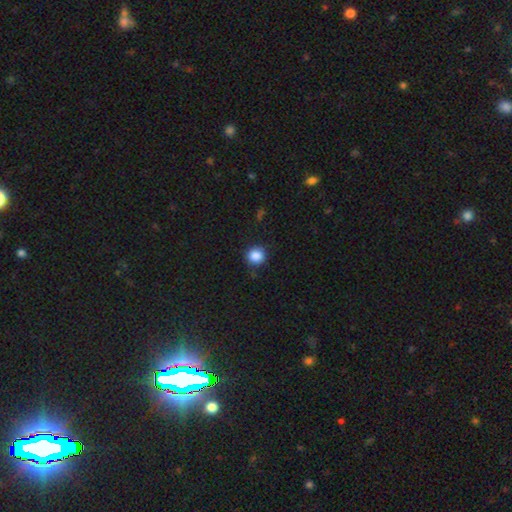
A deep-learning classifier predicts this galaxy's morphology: type=smooth (87%); roundness=round (90%); merging=none (85%).